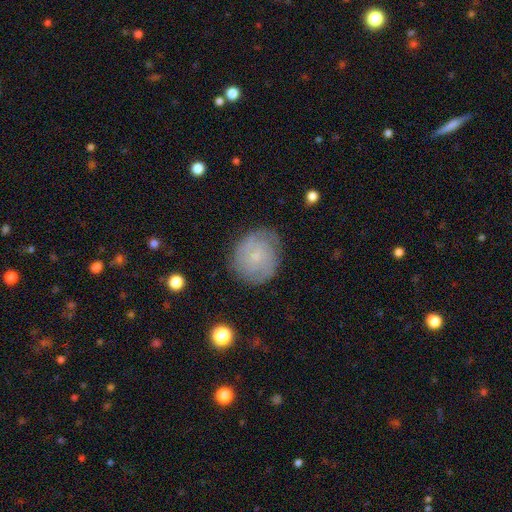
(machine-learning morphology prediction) The model was most divided on "spiral arm count": can't tell: 41%, 2: 25%, 3: 16%, 4: 8%, 1: 5%, more than 4: 5%. More confident: edge-on disk — no (98%); spiral arms — yes (88%); bulge size — small (81%); merging — none (80%); bar — no (75%); spiral winding — tight (68%); smooth or featured — featured or disk (62%).